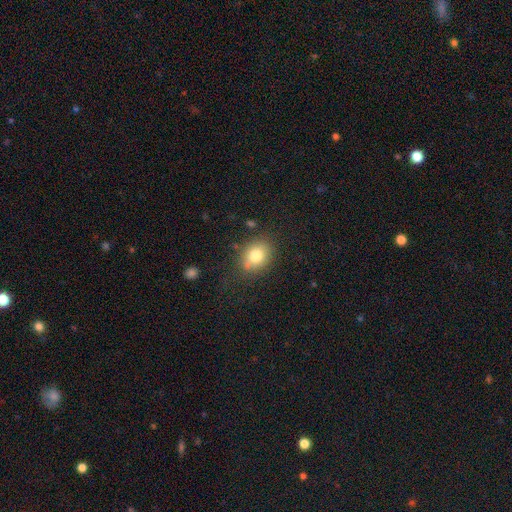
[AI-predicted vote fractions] Smooth or featured?
  - smooth: 79% *
  - featured or disk: 12%
  - star or artifact: 10%
How rounded?
  - in between: 59% *
  - round: 40%
  - cigar-shaped: 1%
Merging?
  - none: 75% *
  - minor disturbance: 16%
  - major disturbance: 5%
  - merger: 4%